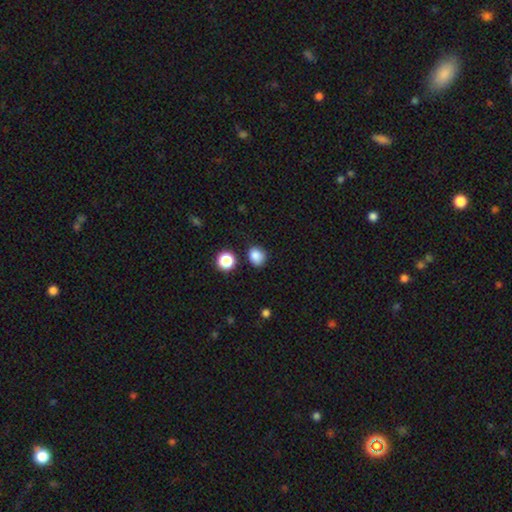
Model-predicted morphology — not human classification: smooth-or-featured: smooth: 84% | star or artifact: 12% | featured or disk: 4%
  how-rounded: round: 63% | in between: 36% | cigar-shaped: 1%
  merging: none: 77% | minor disturbance: 15% | merger: 5% | major disturbance: 4%